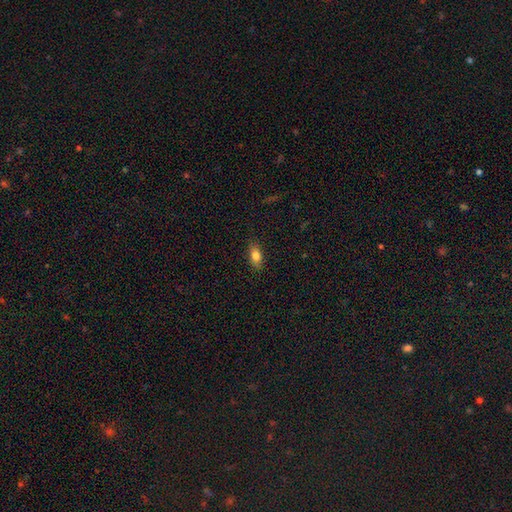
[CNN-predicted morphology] smooth 83%, featured or disk 9%, star or artifact 8%. Down the decision tree: how rounded — in between (87%); merging — none (86%).